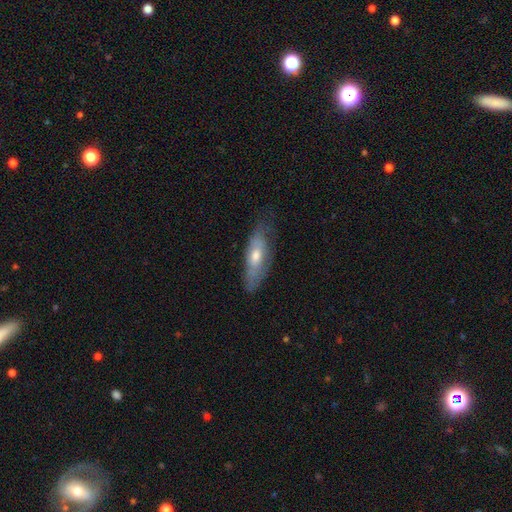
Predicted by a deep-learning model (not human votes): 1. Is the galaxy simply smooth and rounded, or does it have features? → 51% smooth, 42% featured or disk, 7% star or artifact.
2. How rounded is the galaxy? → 59% in between, 39% cigar-shaped, 3% round.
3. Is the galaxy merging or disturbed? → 63% none, 27% minor disturbance, 8% major disturbance, 1% merger.